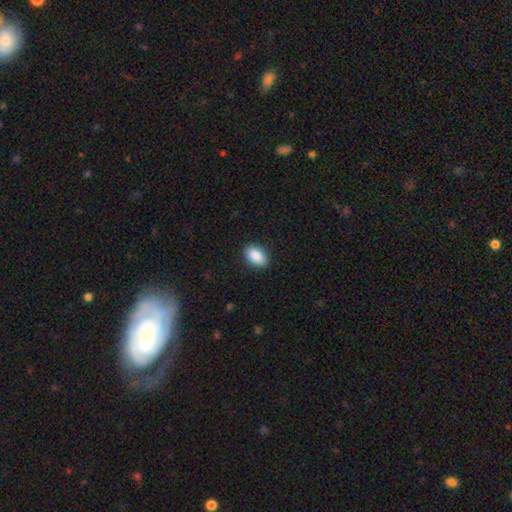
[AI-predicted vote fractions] smooth 89%, star or artifact 7%, featured or disk 4%. Down the decision tree: how rounded — in between (90%); merging — none (89%).